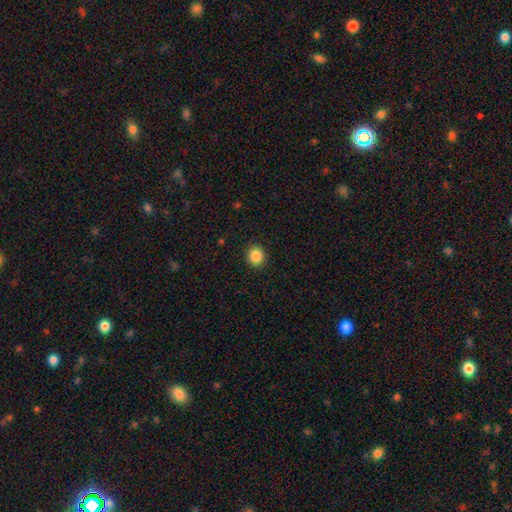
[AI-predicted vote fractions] A smooth galaxy with no disk features (87%) that is round (74%). Merging: none (91%).